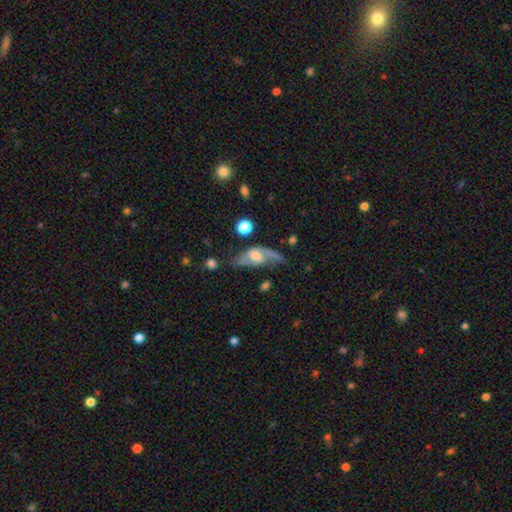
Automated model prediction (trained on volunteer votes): Q: Smooth or featured?
A: featured or disk (66%); runner-up: smooth (26%)
Q: Edge-on disk?
A: no (82%); runner-up: yes (18%)
Q: Bar?
A: no (56%); runner-up: weak (33%)
Q: Spiral arms?
A: yes (76%); runner-up: no (24%)
Q: Bulge size?
A: moderate (51%); runner-up: small (30%)
Q: Merging?
A: none (41%); runner-up: major disturbance (27%)